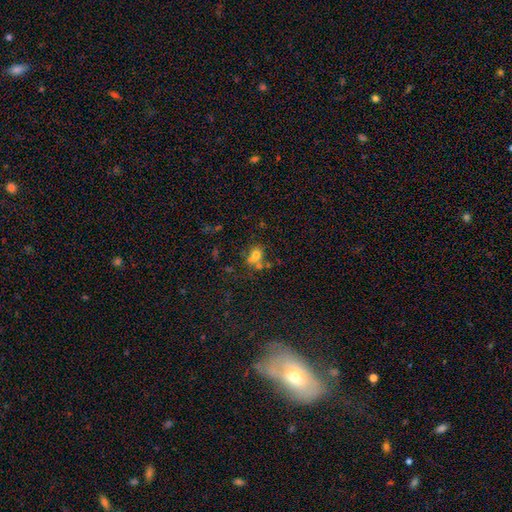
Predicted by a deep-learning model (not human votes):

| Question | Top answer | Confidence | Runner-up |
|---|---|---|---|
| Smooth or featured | smooth | 68% | star or artifact (17%) |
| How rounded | round | 51% | in between (47%) |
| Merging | none | 43% | merger (32%) |